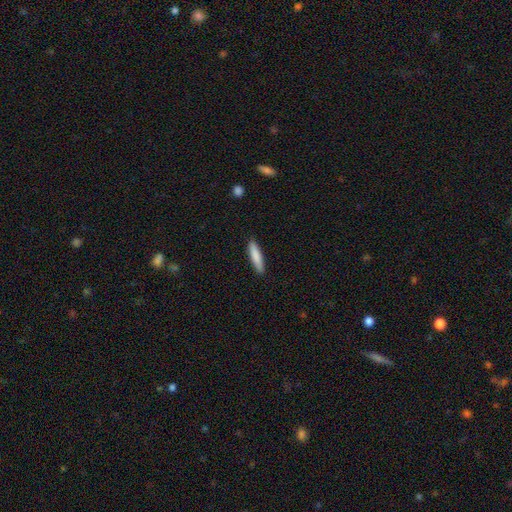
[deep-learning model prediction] This is clearly a smooth galaxy (84%). How rounded: clearly cigar-shaped (83%). Merging: clearly none (89%).